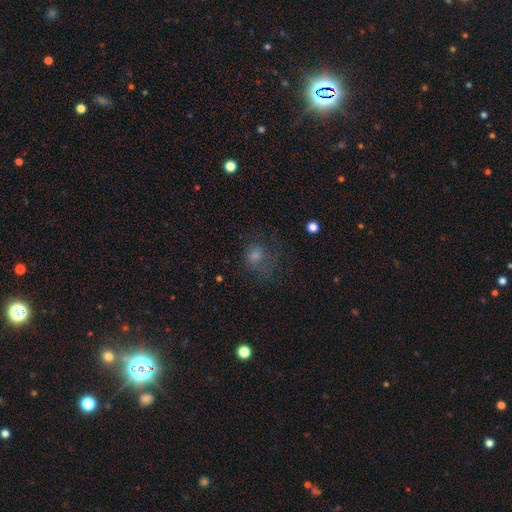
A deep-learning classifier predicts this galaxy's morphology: smooth_or_featured: smooth (p=0.50) [alt: star or artifact p=0.26]
how_rounded: round (p=0.68) [alt: in between p=0.31]
merging: none (p=0.52) [alt: major disturbance p=0.27]